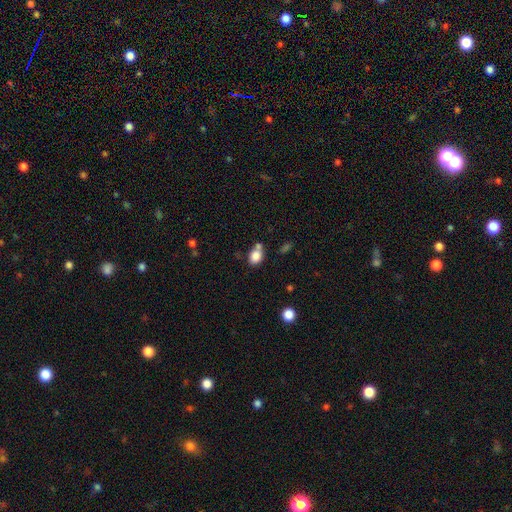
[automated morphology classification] A smooth galaxy with no disk features (83%) that is in between round and cigar-shaped (53%). Merging: none (54%).